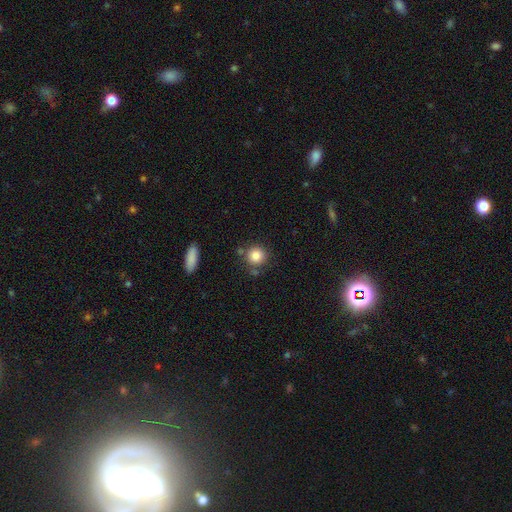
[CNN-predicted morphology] A smooth galaxy with no disk features (84%) that is round (90%).

Vote fractions:
- Smooth or featured? smooth: 84% / star or artifact: 10% / featured or disk: 6%
- How rounded? round: 90% / in between: 9% / cigar-shaped: 1%
- Merging? none: 75% / minor disturbance: 12% / merger: 10% / major disturbance: 4%